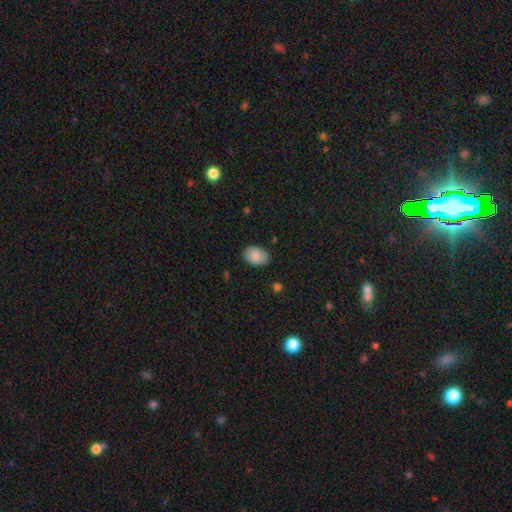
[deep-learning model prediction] Smooth or featured? Predicted: smooth (p=0.87). How rounded? Predicted: in between (p=0.85). Merging? Predicted: none (p=0.85).